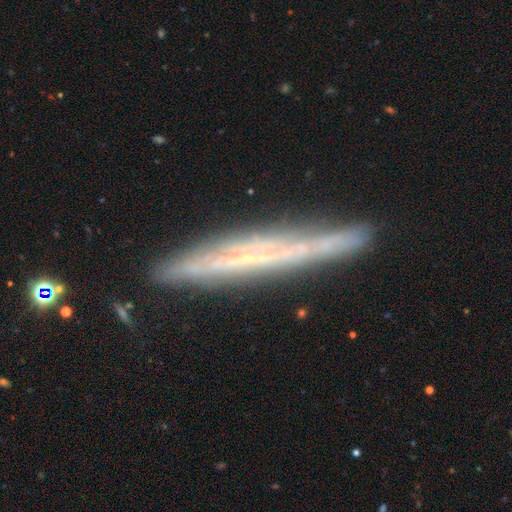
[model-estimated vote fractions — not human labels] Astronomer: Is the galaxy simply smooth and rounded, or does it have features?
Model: featured or disk — 71%.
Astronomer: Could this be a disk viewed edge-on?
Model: yes — 92%.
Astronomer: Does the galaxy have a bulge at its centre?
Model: none — 74%.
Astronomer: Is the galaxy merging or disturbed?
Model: none — 81%.